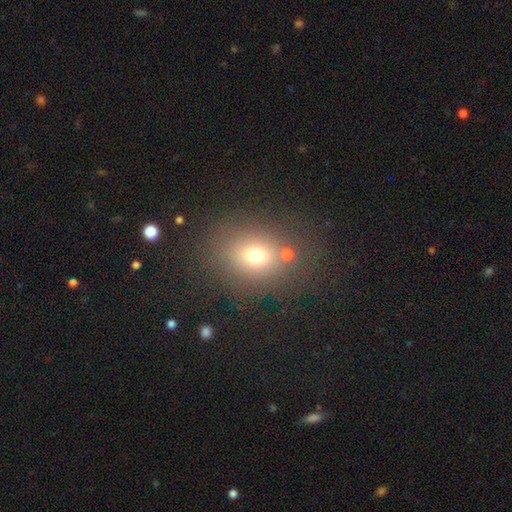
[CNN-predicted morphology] A smooth galaxy with no disk features (68%) that is round (66%).

Vote fractions:
- Smooth or featured? smooth: 68% / star or artifact: 21% / featured or disk: 12%
- How rounded? round: 66% / in between: 33% / cigar-shaped: 1%
- Merging? none: 71% / minor disturbance: 11% / merger: 11% / major disturbance: 7%